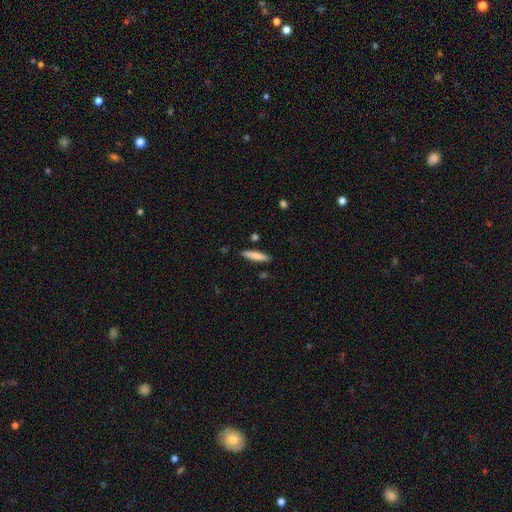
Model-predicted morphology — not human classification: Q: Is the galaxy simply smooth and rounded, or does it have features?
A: smooth — 75%.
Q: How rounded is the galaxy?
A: cigar-shaped — 86%.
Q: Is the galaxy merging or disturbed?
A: none — 88%.